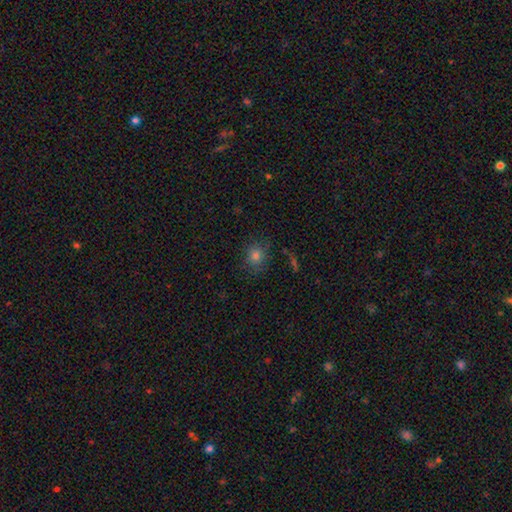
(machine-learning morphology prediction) A smooth galaxy with no disk features (75%) that is round (78%).

Vote fractions:
- Smooth or featured? smooth: 75% / star or artifact: 17% / featured or disk: 8%
- How rounded? round: 78% / in between: 21% / cigar-shaped: 1%
- Merging? none: 80% / minor disturbance: 14% / major disturbance: 4% / merger: 2%